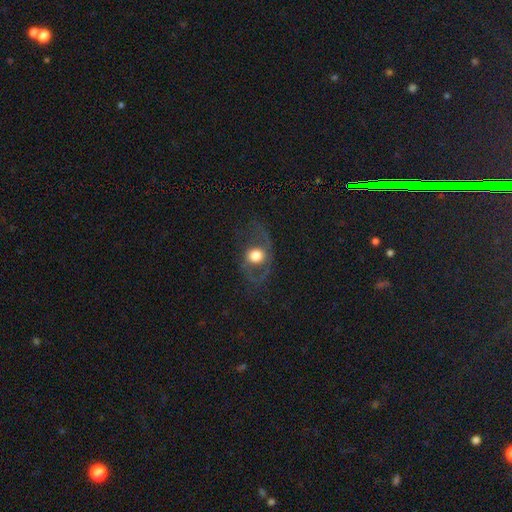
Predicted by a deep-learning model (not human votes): featured or disk 50%, smooth 40%, star or artifact 10%. Down the decision tree: merging — none (57%).